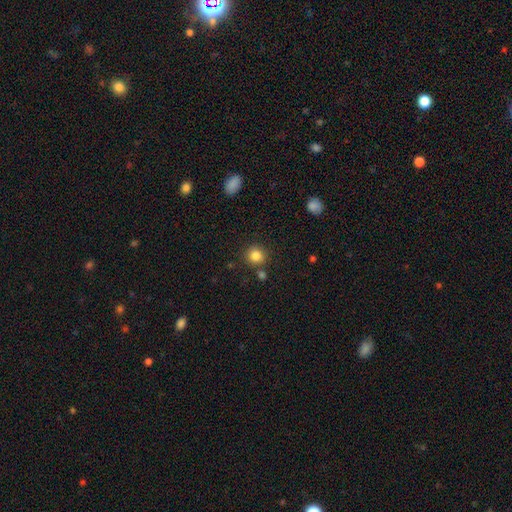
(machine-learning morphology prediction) type=smooth (84%); roundness=round (90%); merging=none (81%).